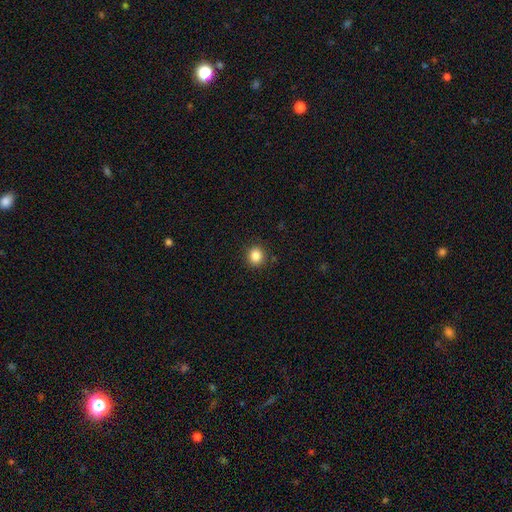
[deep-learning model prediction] Smooth or featured?
  - smooth: 86% *
  - star or artifact: 10%
  - featured or disk: 4%
How rounded?
  - round: 86% *
  - in between: 13%
  - cigar-shaped: 1%
Merging?
  - none: 90% *
  - minor disturbance: 7%
  - major disturbance: 2%
  - merger: 1%